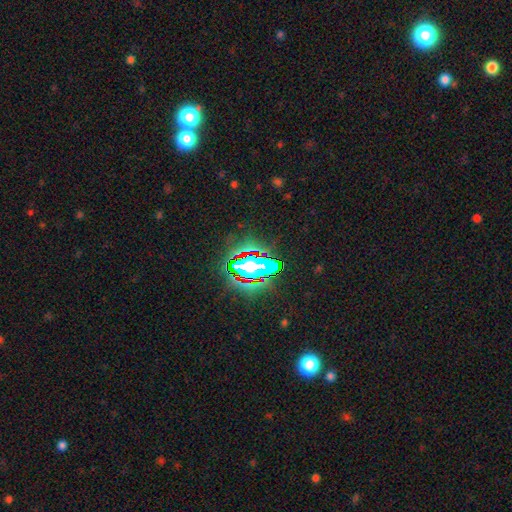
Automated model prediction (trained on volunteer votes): star or artifact 73%, smooth 16%, featured or disk 12%.